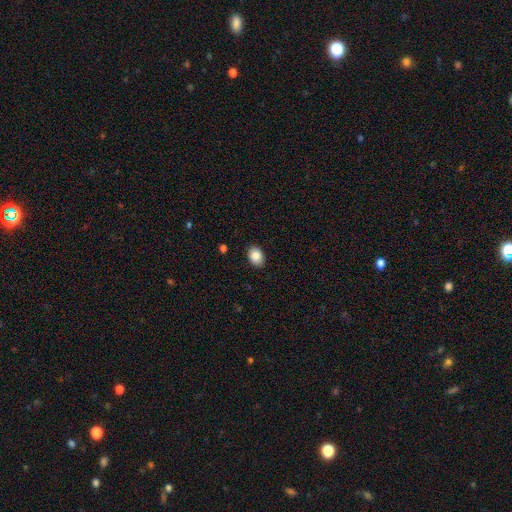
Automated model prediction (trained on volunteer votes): The model was most divided on "how rounded": in between: 74%, round: 26%, cigar-shaped: 1%. More confident: merging — none (88%); smooth or featured — smooth (87%).